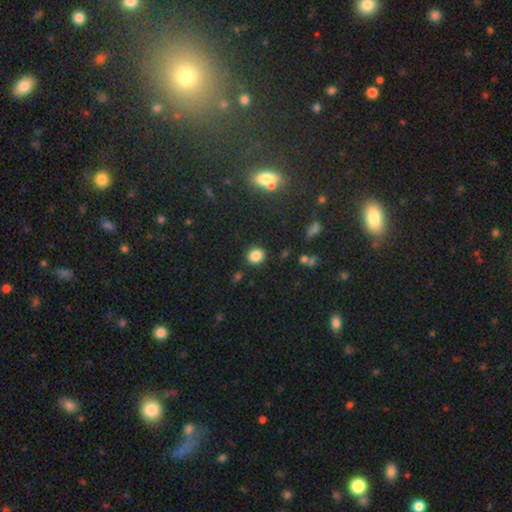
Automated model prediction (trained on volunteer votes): This appears to be a smooth galaxy with no disk features (83%) that is round (75%). Merging: none (88%).